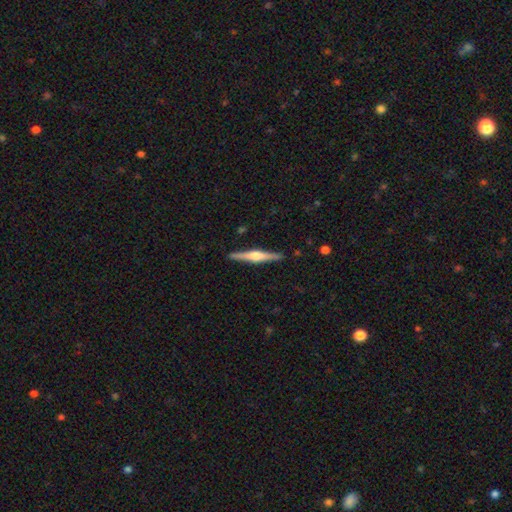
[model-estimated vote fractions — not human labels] This appears to be a featured or disk galaxy (71%) viewed edge-on (98%) with a rounded central bulge (87%). Merging: none (91%).